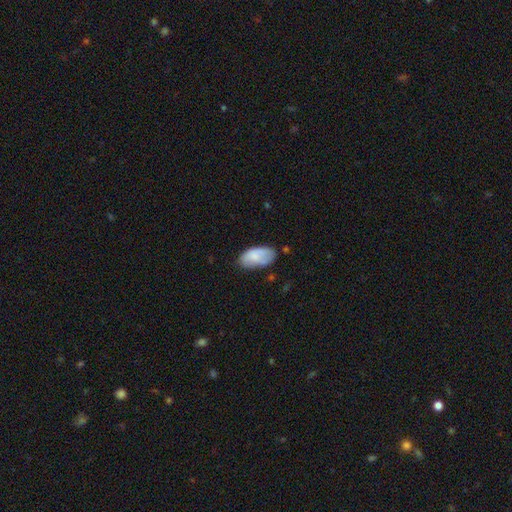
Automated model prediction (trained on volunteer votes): This is clearly a smooth galaxy (81%). How rounded: clearly in between (95%). Merging: likely none (63%).